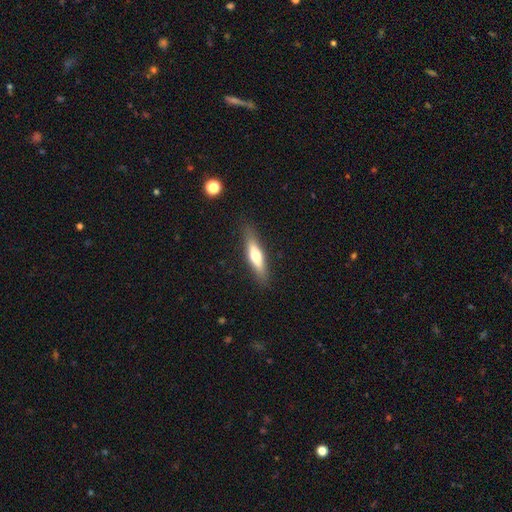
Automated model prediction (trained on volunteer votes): This is possibly a smooth galaxy (54%). How rounded: likely cigar-shaped (75%). Merging: clearly none (86%).